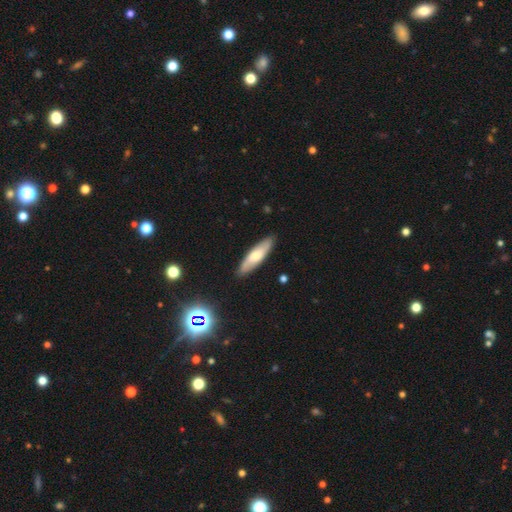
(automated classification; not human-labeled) Overall: smooth (60%; featured or disk 35%). How rounded: cigar-shaped (65%; in between 33%). Merging: none (88%).